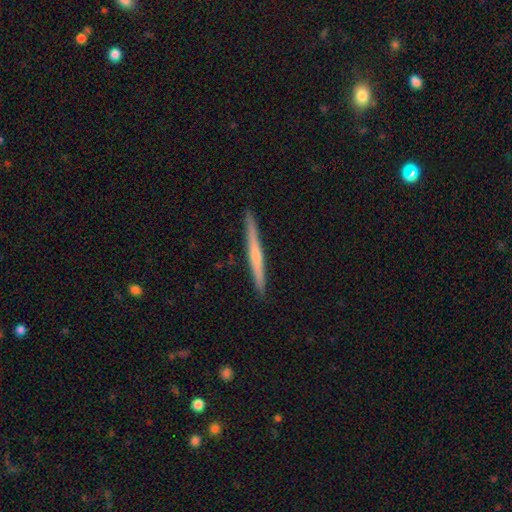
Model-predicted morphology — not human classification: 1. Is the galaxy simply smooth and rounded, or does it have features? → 55% featured or disk, 39% smooth, 6% star or artifact.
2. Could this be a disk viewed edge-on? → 98% yes, 2% no.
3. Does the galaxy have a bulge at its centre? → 49% none, 46% rounded, 5% boxy.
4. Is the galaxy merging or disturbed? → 92% none, 6% minor disturbance, 1% major disturbance, 1% merger.